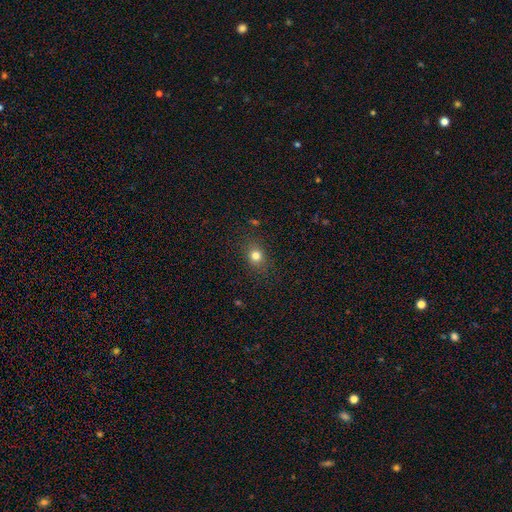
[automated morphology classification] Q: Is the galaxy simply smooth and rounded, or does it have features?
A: smooth — 79%.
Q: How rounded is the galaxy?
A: round — 68%.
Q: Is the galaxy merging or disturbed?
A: none — 85%.